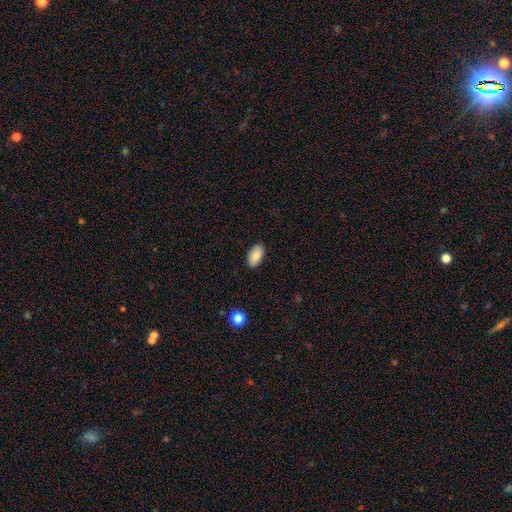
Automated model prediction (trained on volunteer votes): smooth-or-featured: smooth: 85% | featured or disk: 8% | star or artifact: 7%
  how-rounded: in between: 95% | round: 4% | cigar-shaped: 2%
  merging: none: 87% | minor disturbance: 10% | major disturbance: 2% | merger: 1%